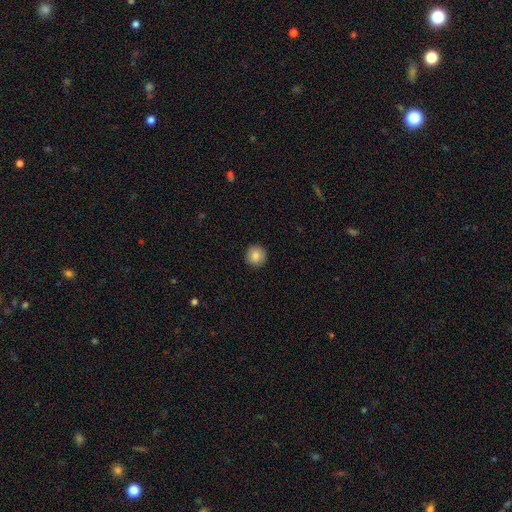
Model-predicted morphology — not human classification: smooth 84%, star or artifact 8%, featured or disk 8%. Down the decision tree: how rounded — round (95%); merging — none (91%).